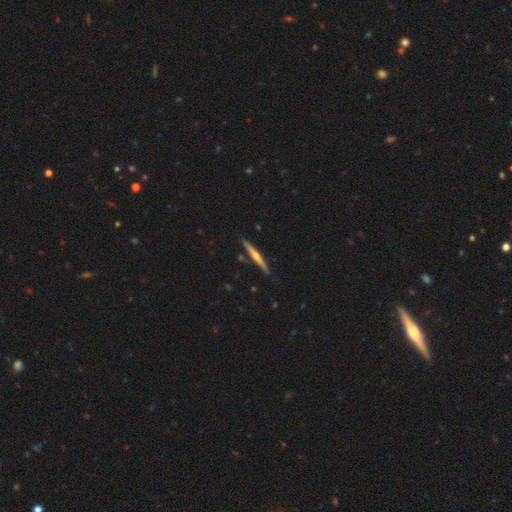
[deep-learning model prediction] Overall: featured or disk (68%). Edge-on disk: yes (98%). Edge-on bulge: rounded (82%). Merging: none (89%).